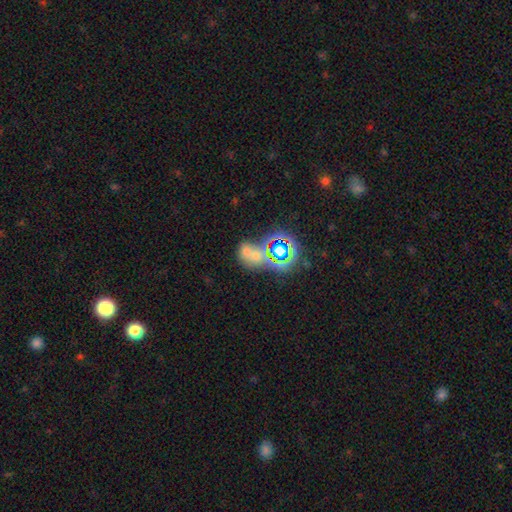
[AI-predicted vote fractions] Smooth or featured? star or artifact (43%, tied with smooth)